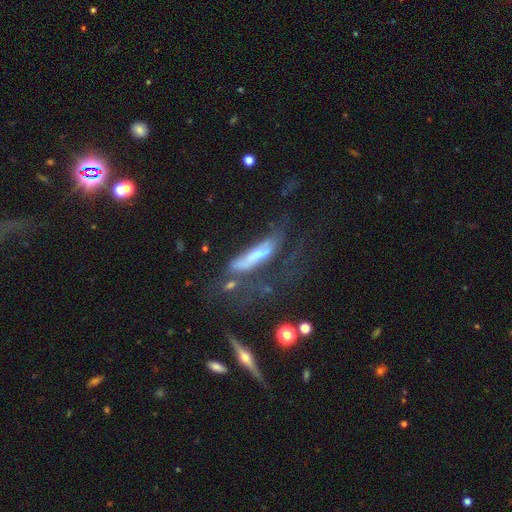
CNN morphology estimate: Smooth or featured? Predicted: featured or disk (p=0.55). Edge-on disk? Predicted: no (p=0.51). Merging? Predicted: major disturbance (p=0.41).